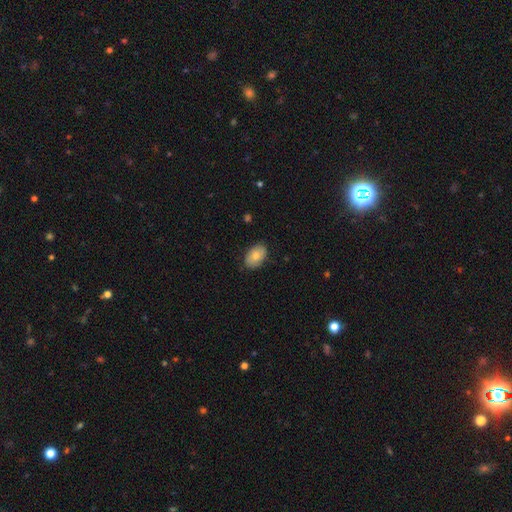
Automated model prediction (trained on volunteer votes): The model was most divided on "smooth or featured": smooth: 76%, featured or disk: 17%, star or artifact: 7%. More confident: how rounded — in between (90%); merging — none (83%).